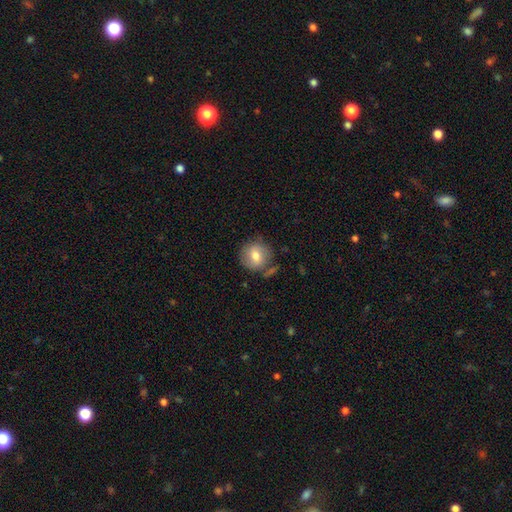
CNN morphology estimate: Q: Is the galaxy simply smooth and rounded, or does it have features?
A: smooth — 72%.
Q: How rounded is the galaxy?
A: round — 86%.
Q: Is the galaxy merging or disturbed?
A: none — 72%.